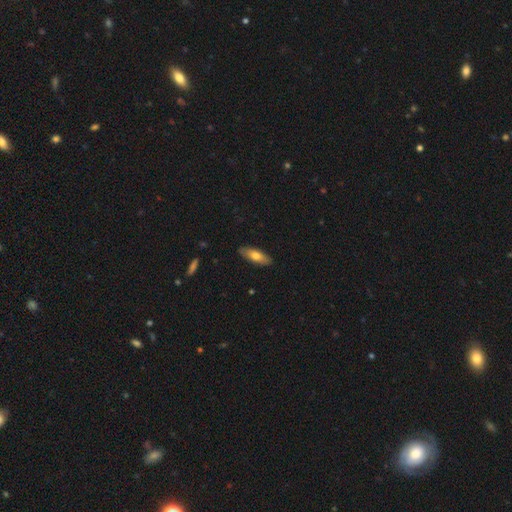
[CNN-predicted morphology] Smooth or featured? smooth (67%)
How rounded? in between (58%)
Merging? none (87%)